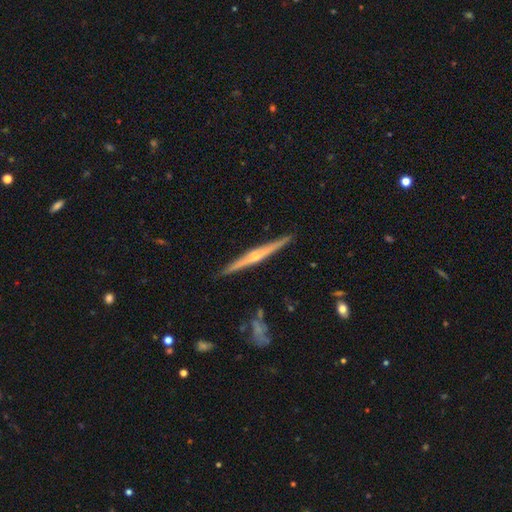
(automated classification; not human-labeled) Smooth or featured? Predicted: featured or disk (p=0.79). Edge-on disk? Predicted: yes (p=0.98). Edge-on bulge? Predicted: rounded (p=0.85). Merging? Predicted: none (p=0.90).